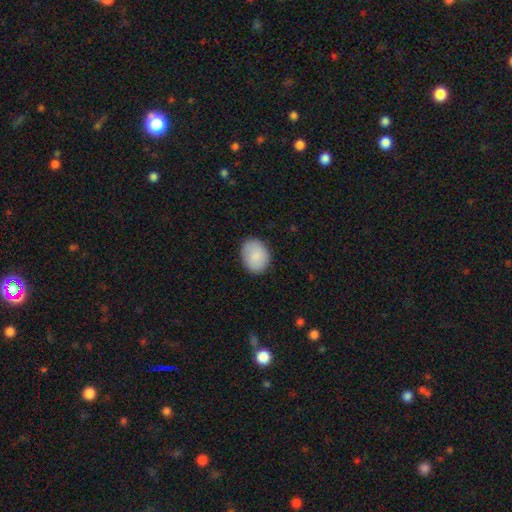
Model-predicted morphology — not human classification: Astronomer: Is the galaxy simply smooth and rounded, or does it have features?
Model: smooth — 88%.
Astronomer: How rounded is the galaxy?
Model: in between — 61% (runner-up: round, 39%).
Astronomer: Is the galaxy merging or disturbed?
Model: none — 84%.